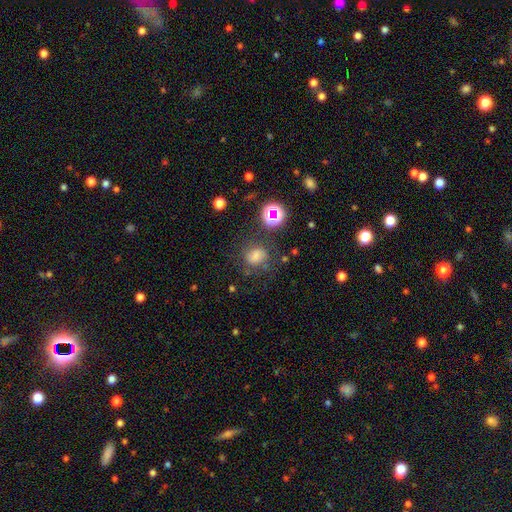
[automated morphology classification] A smooth galaxy with no disk features (52%) that is round (59%).

Vote fractions:
- Smooth or featured? smooth: 52% / star or artifact: 27% / featured or disk: 21%
- How rounded? round: 59% / in between: 39% / cigar-shaped: 1%
- Merging? none: 64% / minor disturbance: 19% / major disturbance: 12% / merger: 5%